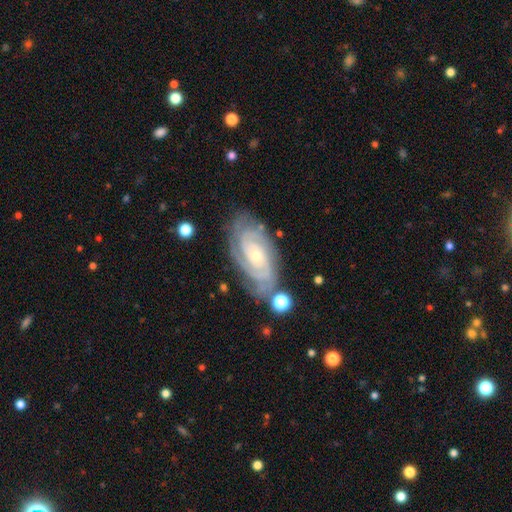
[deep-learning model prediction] The model was most divided on "spiral arm count": 2: 29%, 3: 28%, can't tell: 18%, 4: 14%, more than 4: 6%, 1: 5%. More confident: spiral arms — yes (98%); edge-on disk — no (96%); smooth or featured — featured or disk (90%); spiral winding — tight (78%); merging — none (74%); bulge size — small (72%); bar — no (69%).